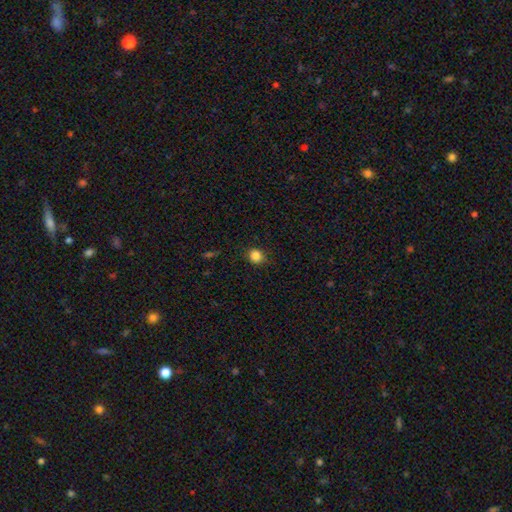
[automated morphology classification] smooth-or-featured: smooth: 85% | star or artifact: 11% | featured or disk: 4%
  how-rounded: round: 81% | in between: 18% | cigar-shaped: 1%
  merging: none: 85% | minor disturbance: 11% | major disturbance: 3% | merger: 1%